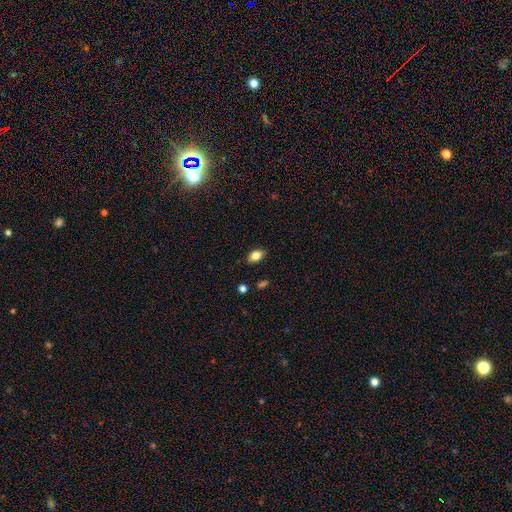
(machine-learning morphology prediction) Overall: smooth (82%). How rounded: in between (87%). Merging: none (85%).